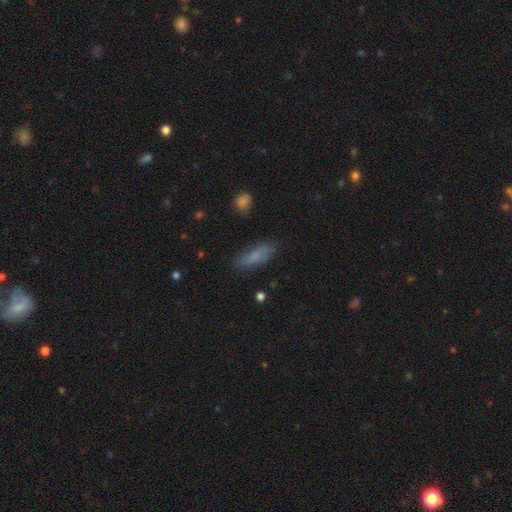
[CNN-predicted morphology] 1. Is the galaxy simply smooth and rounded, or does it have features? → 78% smooth, 12% featured or disk, 10% star or artifact.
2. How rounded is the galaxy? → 57% in between, 40% cigar-shaped, 3% round.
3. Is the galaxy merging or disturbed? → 81% none, 13% minor disturbance, 3% major disturbance, 2% merger.